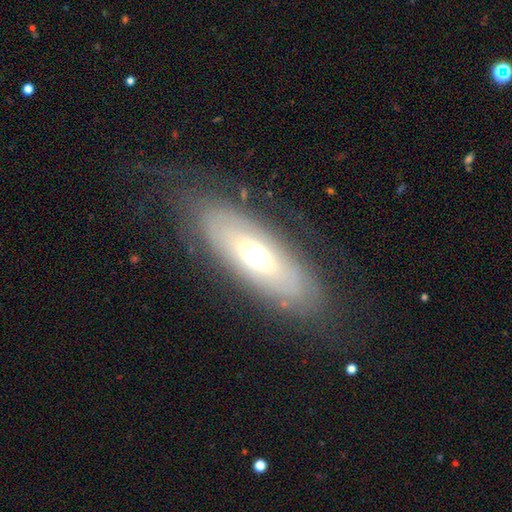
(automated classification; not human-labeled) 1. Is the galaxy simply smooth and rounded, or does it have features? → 52% featured or disk, 40% smooth, 8% star or artifact.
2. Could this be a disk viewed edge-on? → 71% no, 29% yes.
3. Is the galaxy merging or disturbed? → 73% none, 16% minor disturbance, 9% major disturbance, 1% merger.